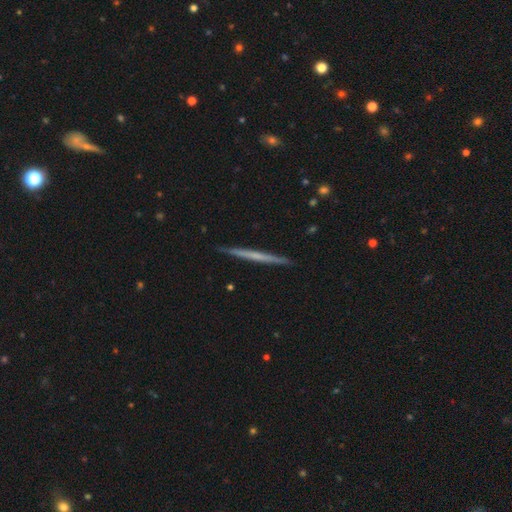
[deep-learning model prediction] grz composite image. It shows a featured or disk galaxy (56%) viewed edge-on (98%) with no central bulge (84%). Merging: none (92%).